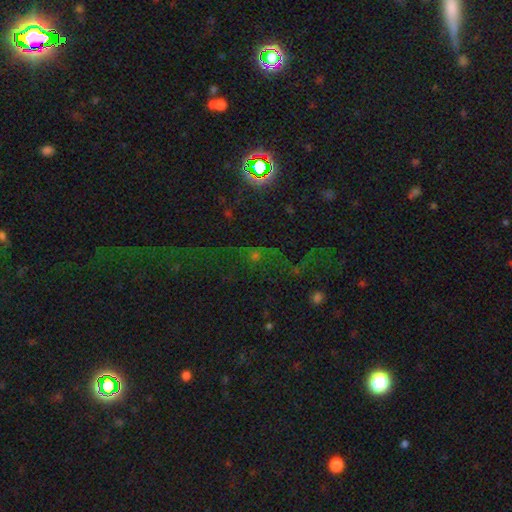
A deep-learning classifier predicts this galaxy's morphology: A star or artifact, not a galaxy (66%).

Vote fractions:
- Smooth or featured? star or artifact: 66% / smooth: 19% / featured or disk: 15%